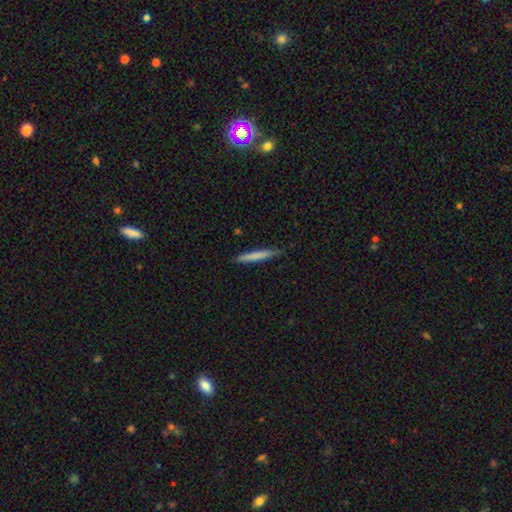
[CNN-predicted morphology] smooth 74%, featured or disk 20%, star or artifact 6%. Down the decision tree: how rounded — cigar-shaped (96%); merging — none (85%).